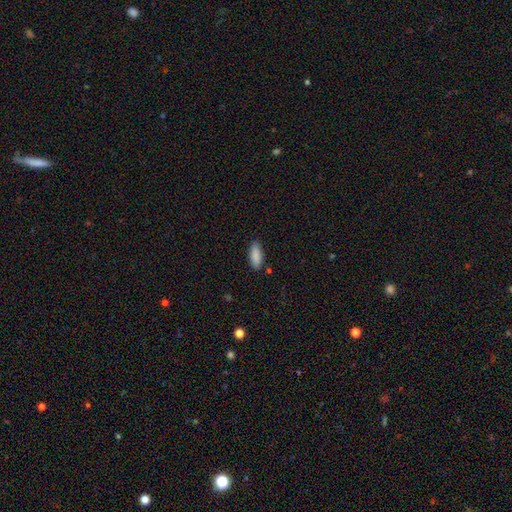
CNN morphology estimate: smooth_or_featured: smooth (p=0.89) [alt: star or artifact p=0.06]
how_rounded: in between (p=0.79) [alt: cigar-shaped p=0.20]
merging: none (p=0.85) [alt: minor disturbance p=0.11]